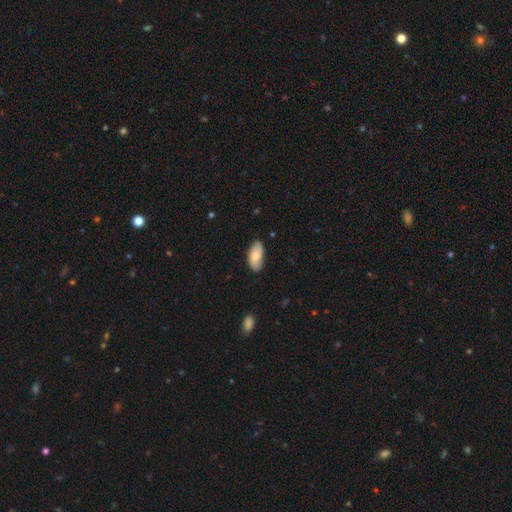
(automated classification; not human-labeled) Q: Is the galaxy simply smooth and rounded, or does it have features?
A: smooth — 66%.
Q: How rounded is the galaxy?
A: in between — 92%.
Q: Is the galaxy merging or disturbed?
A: none — 81%.